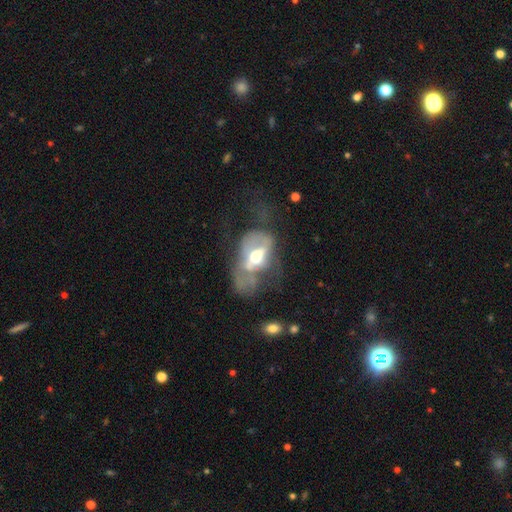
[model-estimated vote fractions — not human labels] Smooth or featured?
  - featured or disk: 57% *
  - smooth: 34%
  - star or artifact: 9%
Edge-on disk?
  - no: 94% *
  - yes: 6%
Bar?
  - no: 61% *
  - weak: 27%
  - strong: 12%
Spiral arms?
  - no: 75% *
  - yes: 25%
Bulge size?
  - moderate: 61% *
  - large: 23%
  - small: 12%
  - none: 3%
  - dominant: 2%
Merging?
  - major disturbance: 53% *
  - none: 16%
  - merger: 16%
  - minor disturbance: 16%